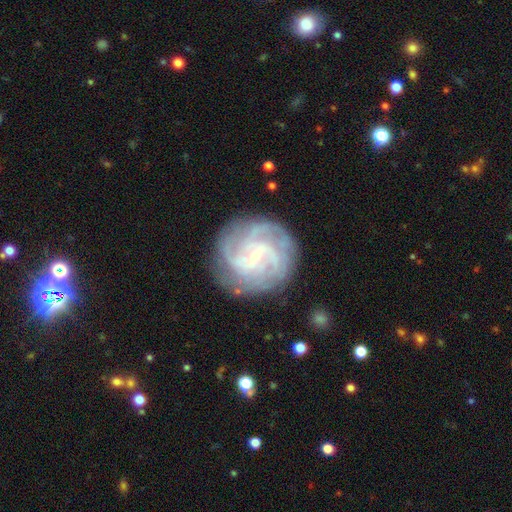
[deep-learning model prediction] The model was most divided on "spiral arm count": 4: 31%, 3: 21%, can't tell: 21%, 2: 11%, more than 4: 9%, 1: 7%. More confident: edge-on disk — no (98%); spiral arms — yes (97%); smooth or featured — featured or disk (87%); bulge size — small (82%); merging — none (81%); spiral winding — tight (59%); bar — no (52%).